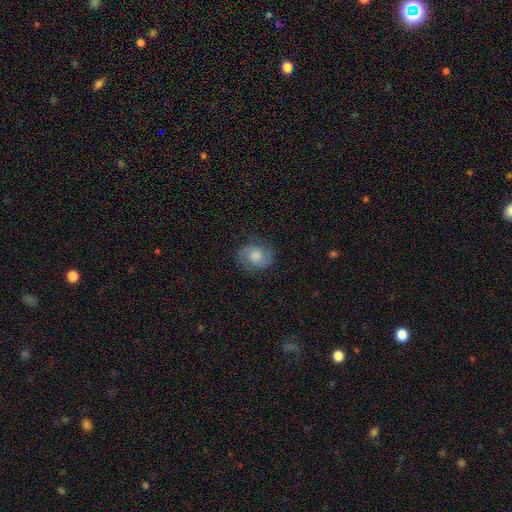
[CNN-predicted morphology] Smooth or featured? Predicted: featured or disk (p=0.45). Merging? Predicted: none (p=0.78).